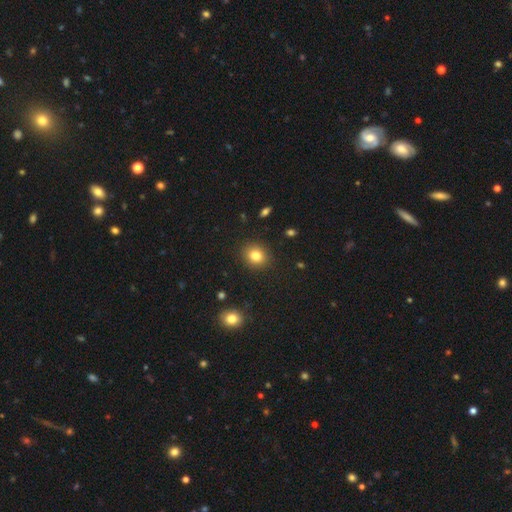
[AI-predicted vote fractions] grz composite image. It shows a smooth galaxy with no disk features (81%) that is round (70%). Merging: none (89%).